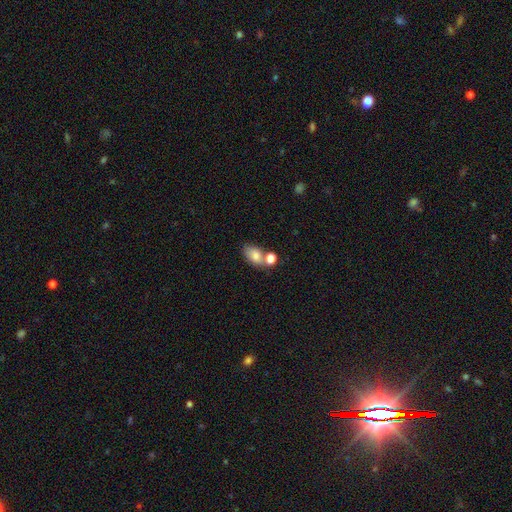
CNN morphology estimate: Smooth or featured: smooth — 80% (featured or disk — 11%)
How rounded: in between — 85% (round — 13%)
Merging: none — 45% (merger — 36%)